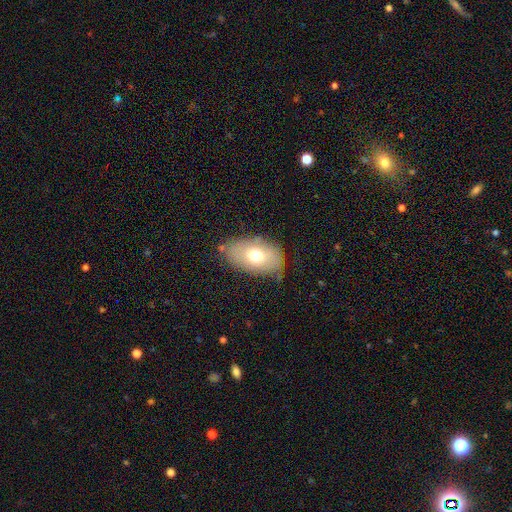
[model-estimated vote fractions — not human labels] smooth_or_featured: smooth (p=0.66) [alt: featured or disk p=0.25]
how_rounded: in between (p=0.89) [alt: round p=0.09]
merging: none (p=0.71) [alt: minor disturbance p=0.20]